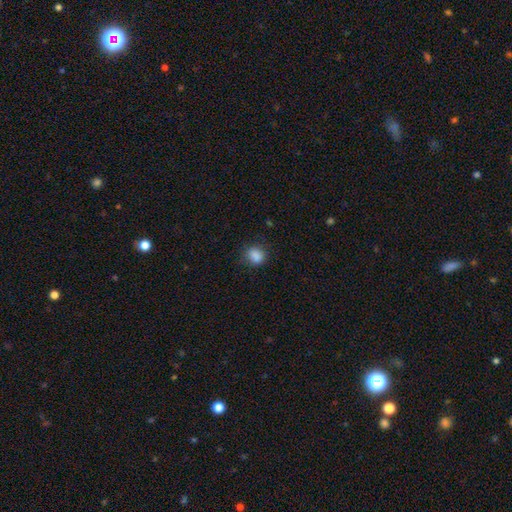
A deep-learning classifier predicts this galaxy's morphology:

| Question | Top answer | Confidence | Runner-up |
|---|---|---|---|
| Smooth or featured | smooth | 86% | star or artifact (10%) |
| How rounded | round | 59% | in between (39%) |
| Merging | none | 75% | minor disturbance (19%) |